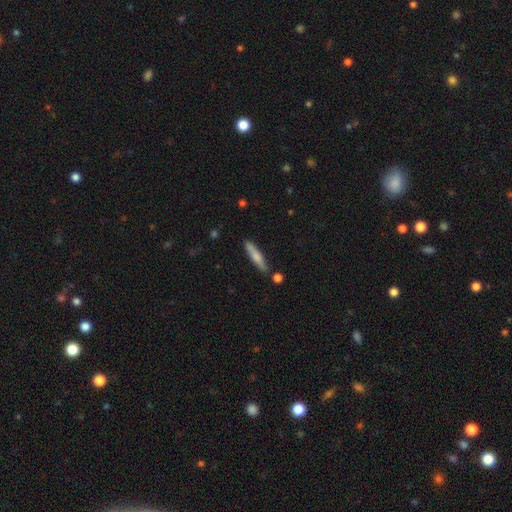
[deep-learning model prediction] This is likely a smooth galaxy (65%). How rounded: clearly cigar-shaped (89%). Merging: clearly none (83%).